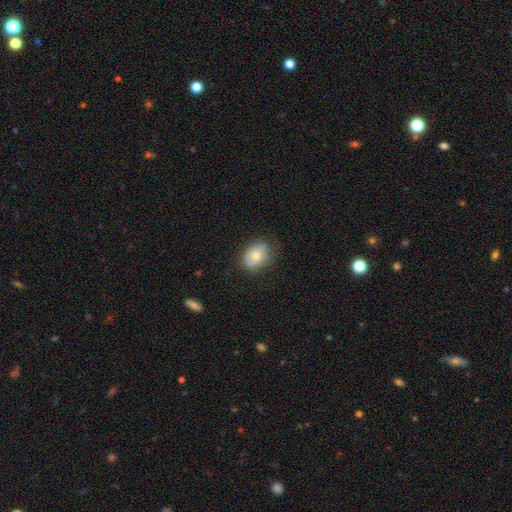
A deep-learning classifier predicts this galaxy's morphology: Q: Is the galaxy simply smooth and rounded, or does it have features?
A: smooth — 71%.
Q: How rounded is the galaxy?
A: in between — 70%.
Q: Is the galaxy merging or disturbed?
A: none — 71%.